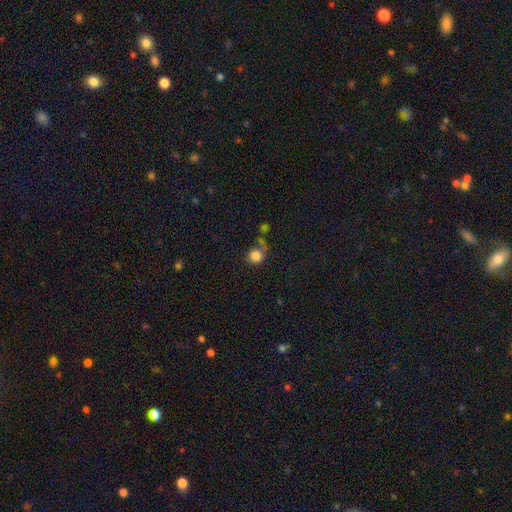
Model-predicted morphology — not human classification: Overall: smooth (83%). How rounded: round (84%). Merging: none (51%; minor disturbance 19%).